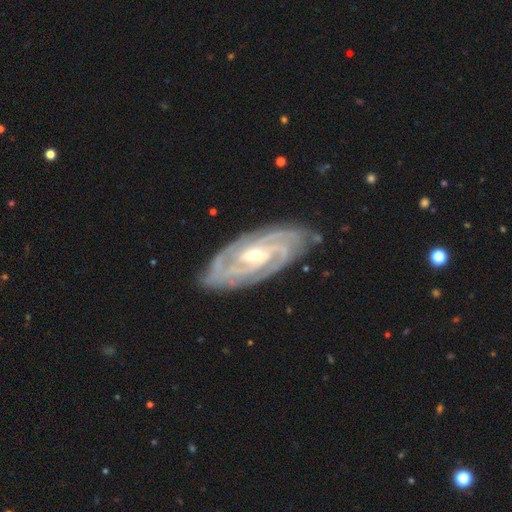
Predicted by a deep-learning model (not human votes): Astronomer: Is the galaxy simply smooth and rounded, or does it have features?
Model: featured or disk — 90%.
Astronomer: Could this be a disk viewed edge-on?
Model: no — 94%.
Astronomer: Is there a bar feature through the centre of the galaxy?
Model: weak — 40% (runner-up: no, 35%).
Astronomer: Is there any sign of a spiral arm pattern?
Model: yes — 98%.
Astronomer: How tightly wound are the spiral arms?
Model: tight — 77%.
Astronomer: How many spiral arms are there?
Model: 3 — 28% (runner-up: 2, 26%).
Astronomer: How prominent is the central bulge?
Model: moderate — 49% (runner-up: small, 47%).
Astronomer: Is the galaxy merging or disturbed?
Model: none — 83%.